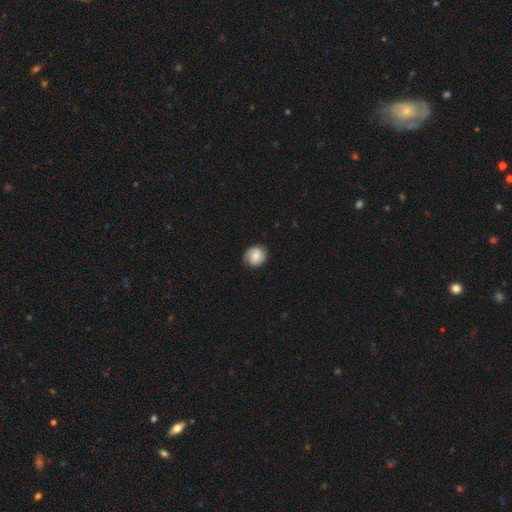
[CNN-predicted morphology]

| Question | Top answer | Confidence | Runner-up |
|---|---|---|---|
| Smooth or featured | smooth | 59% | featured or disk (33%) |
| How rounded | round | 80% | in between (19%) |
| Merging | none | 78% | minor disturbance (17%) |